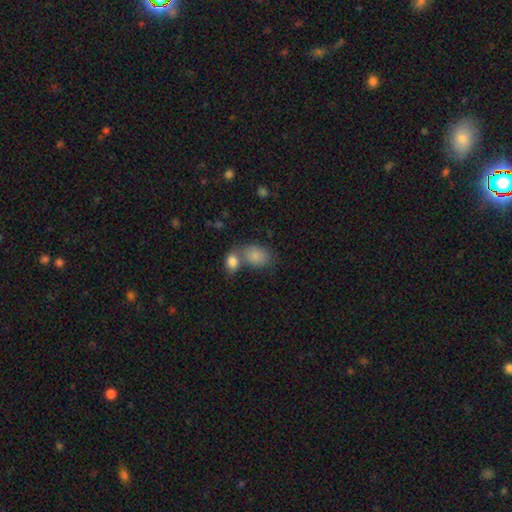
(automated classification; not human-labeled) smooth-or-featured: smooth: 85% | star or artifact: 8% | featured or disk: 7%
  how-rounded: in between: 77% | round: 21% | cigar-shaped: 1%
  merging: merger: 46% | none: 37% | minor disturbance: 12% | major disturbance: 5%